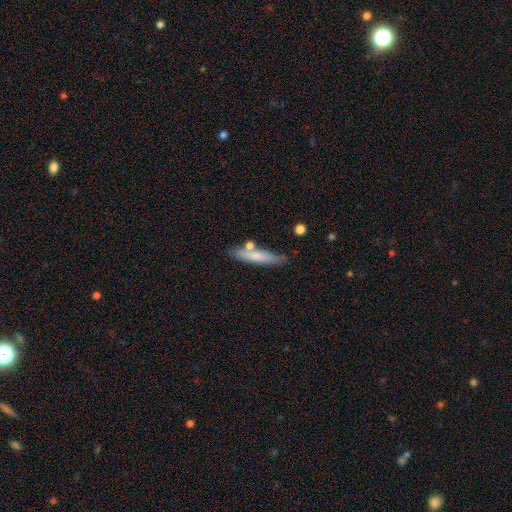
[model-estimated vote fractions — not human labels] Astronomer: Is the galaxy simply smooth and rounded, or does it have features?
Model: smooth — 68%.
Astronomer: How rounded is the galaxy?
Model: cigar-shaped — 86%.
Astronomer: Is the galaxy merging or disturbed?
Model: none — 74%.